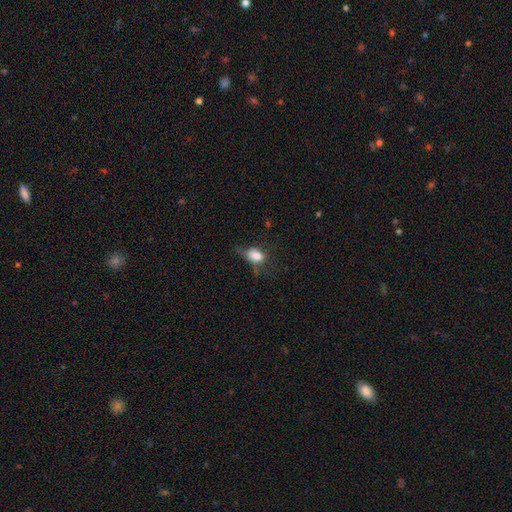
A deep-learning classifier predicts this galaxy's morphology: This appears to be a smooth galaxy with no disk features (78%) that is in between round and cigar-shaped (74%). Merging: none (34%).